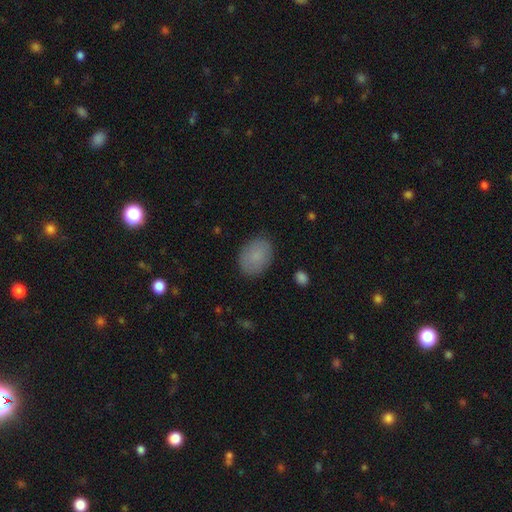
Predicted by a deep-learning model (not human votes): Q: Smooth or featured?
A: smooth (84%); runner-up: featured or disk (8%)
Q: How rounded?
A: in between (77%); runner-up: round (22%)
Q: Merging?
A: none (85%); runner-up: minor disturbance (11%)